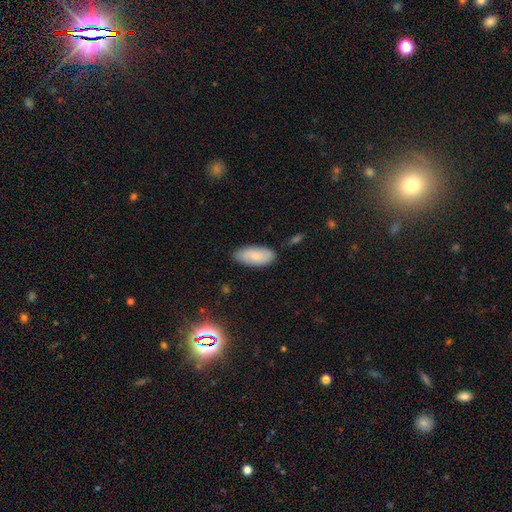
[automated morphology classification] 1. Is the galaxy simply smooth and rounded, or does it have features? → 83% smooth, 11% featured or disk, 6% star or artifact.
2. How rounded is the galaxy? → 90% in between, 9% cigar-shaped, 2% round.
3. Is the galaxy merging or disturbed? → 83% none, 13% minor disturbance, 2% major disturbance, 2% merger.